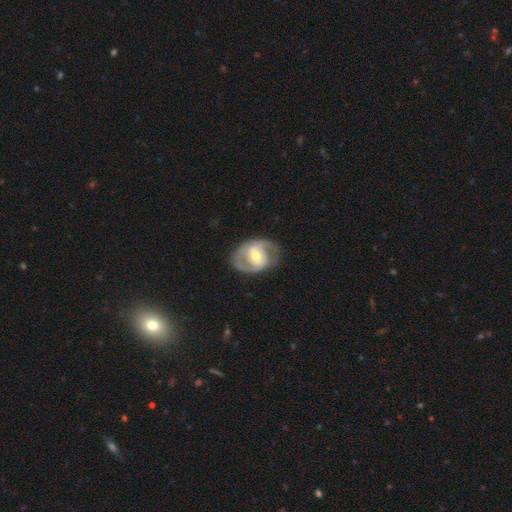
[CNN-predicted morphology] The model was most divided on "spiral winding": medium: 47%, tight: 34%, loose: 20%. Remaining: edge-on disk — no (96%); spiral arms — yes (82%); spiral arm count — 2 (81%); smooth or featured — featured or disk (77%); merging — none (73%); bulge size — moderate (67%); bar — weak (44%).